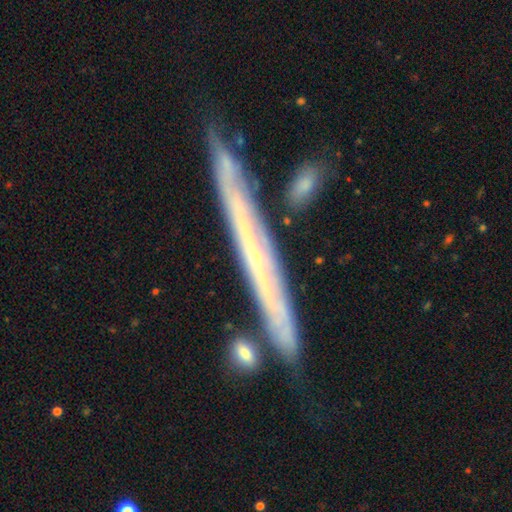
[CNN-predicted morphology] The model was most divided on "smooth or featured": featured or disk: 72%, smooth: 21%, star or artifact: 7%. More confident: edge-on disk — yes (90%); merging — none (79%); edge-on bulge — none (77%).